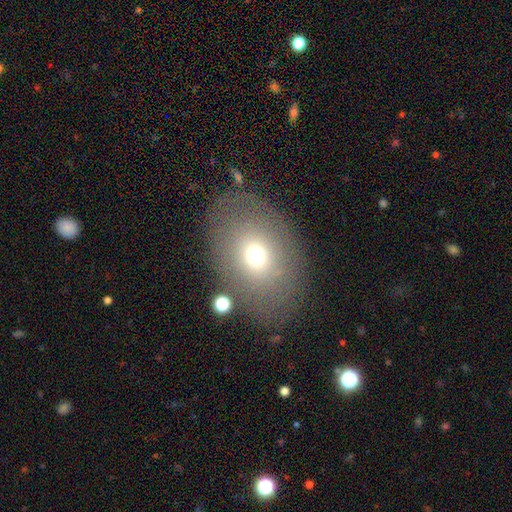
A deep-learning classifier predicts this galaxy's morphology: The model was most divided on "smooth or featured": smooth: 63%, featured or disk: 24%, star or artifact: 13%. More confident: merging — none (75%); how rounded — in between (71%).